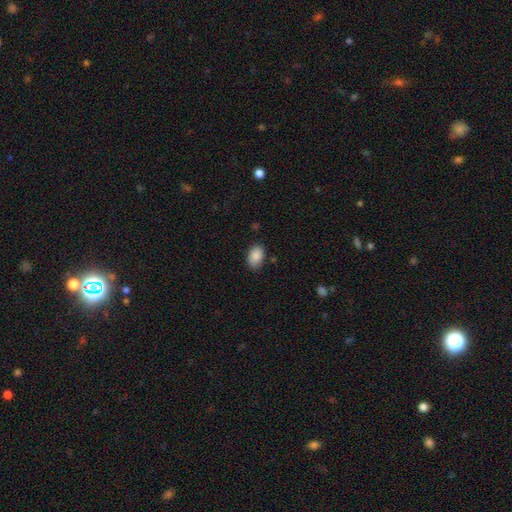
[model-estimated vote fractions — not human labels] This appears to be a smooth galaxy with no disk features (89%) that is in between round and cigar-shaped (88%). Merging: none (80%).